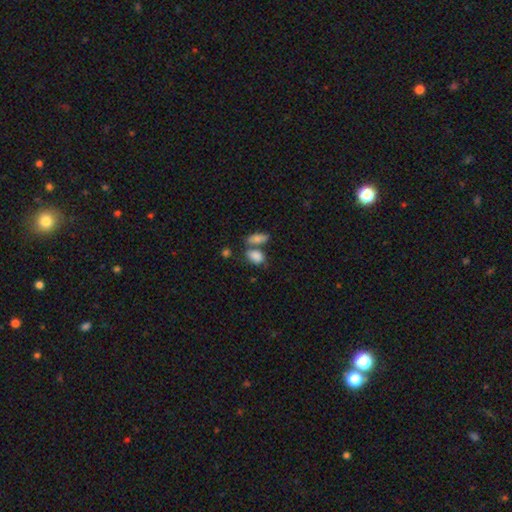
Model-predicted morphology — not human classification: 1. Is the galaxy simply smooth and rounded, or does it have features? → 82% smooth, 10% featured or disk, 9% star or artifact.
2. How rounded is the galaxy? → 85% in between, 11% round, 4% cigar-shaped.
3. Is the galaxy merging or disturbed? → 41% none, 37% merger, 15% minor disturbance, 6% major disturbance.